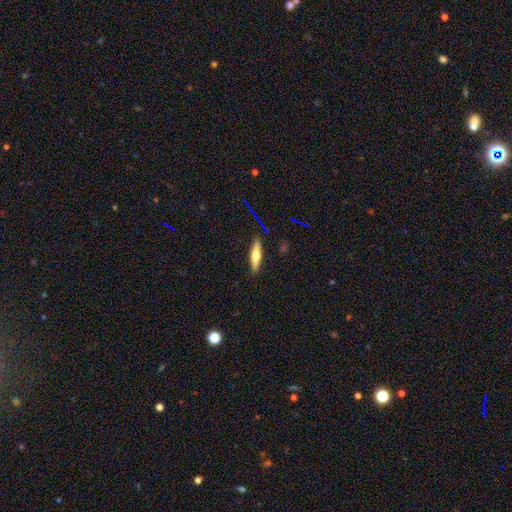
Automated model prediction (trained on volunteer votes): smooth-or-featured: smooth: 52% | featured or disk: 40% | star or artifact: 7%
  how-rounded: cigar-shaped: 76% | in between: 22% | round: 2%
  merging: none: 87% | minor disturbance: 9% | major disturbance: 2% | merger: 2%